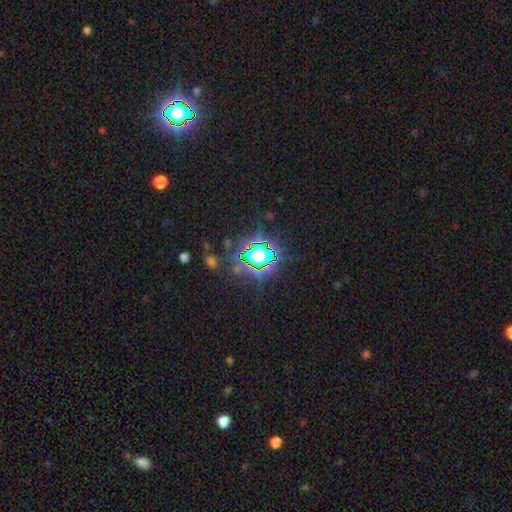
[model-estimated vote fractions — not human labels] Q: Smooth or featured?
A: star or artifact (77%); runner-up: smooth (14%)